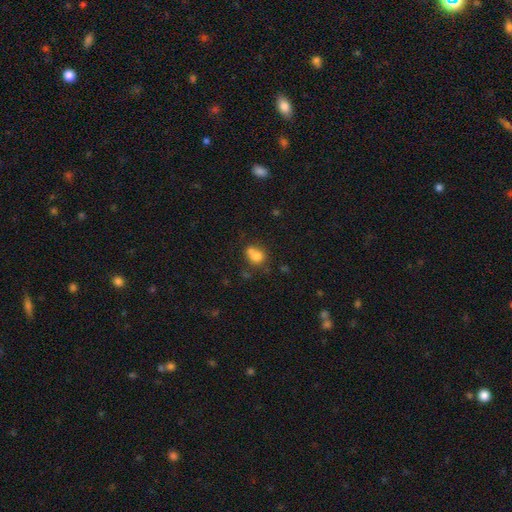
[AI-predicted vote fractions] smooth_or_featured: smooth (p=0.74) [alt: featured or disk p=0.13]
how_rounded: round (p=0.60) [alt: in between p=0.39]
merging: merger (p=0.42) [alt: none p=0.35]